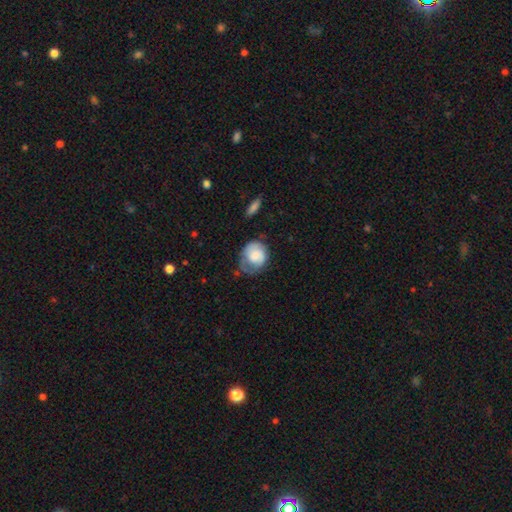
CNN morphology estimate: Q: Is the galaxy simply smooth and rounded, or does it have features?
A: smooth — 63%.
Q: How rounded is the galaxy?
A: round — 65%.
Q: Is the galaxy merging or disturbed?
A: none — 40%.